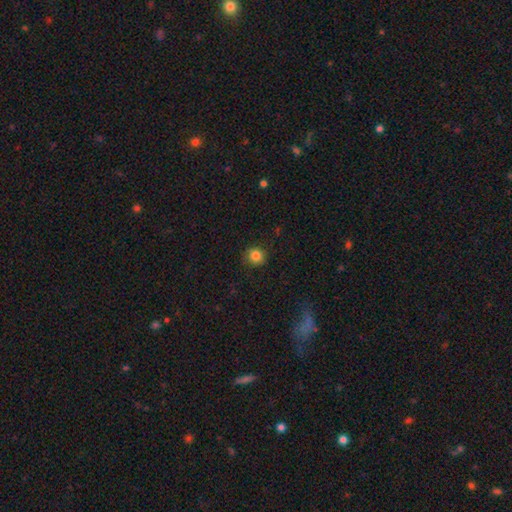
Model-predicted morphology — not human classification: A smooth galaxy with no disk features (84%) that is round (89%). Merging: none (86%).